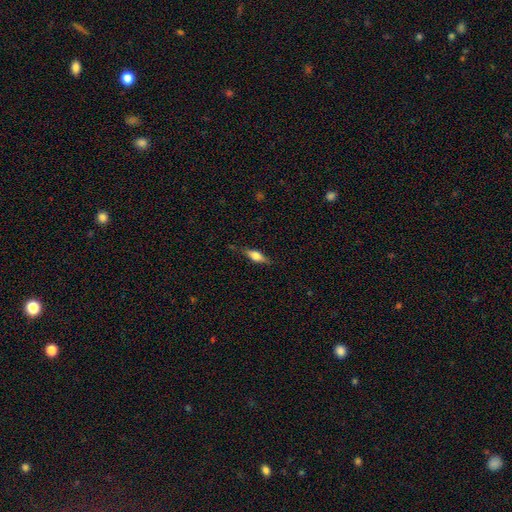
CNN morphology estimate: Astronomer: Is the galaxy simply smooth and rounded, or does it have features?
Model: smooth — 56% (runner-up: featured or disk, 36%).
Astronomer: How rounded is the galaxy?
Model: in between — 56% (runner-up: cigar-shaped, 40%).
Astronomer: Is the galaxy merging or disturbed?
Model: none — 76%.